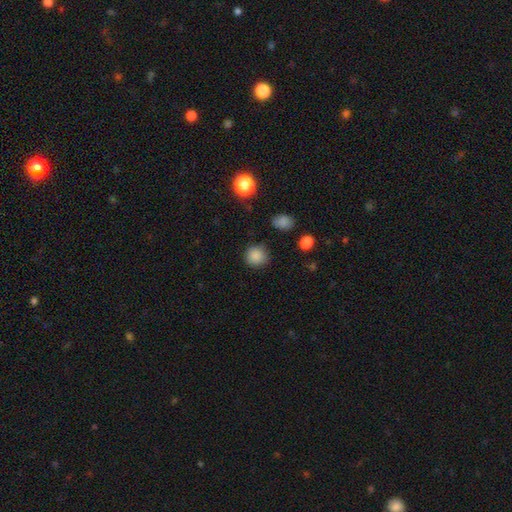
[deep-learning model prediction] smooth-or-featured: smooth: 86% | star or artifact: 11% | featured or disk: 4%
  how-rounded: round: 91% | in between: 8% | cigar-shaped: 1%
  merging: none: 85% | minor disturbance: 10% | major disturbance: 3% | merger: 2%